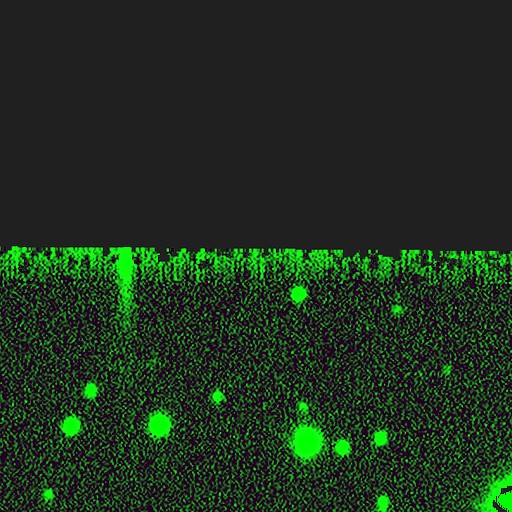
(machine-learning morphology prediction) The model was most divided on "smooth or featured": star or artifact: 86%, smooth: 8%, featured or disk: 6%.